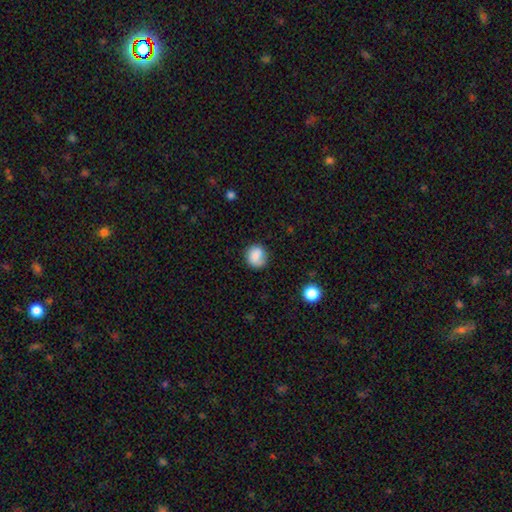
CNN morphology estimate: This appears to be a smooth galaxy with no disk features (84%) that is round (80%). Merging: none (75%).